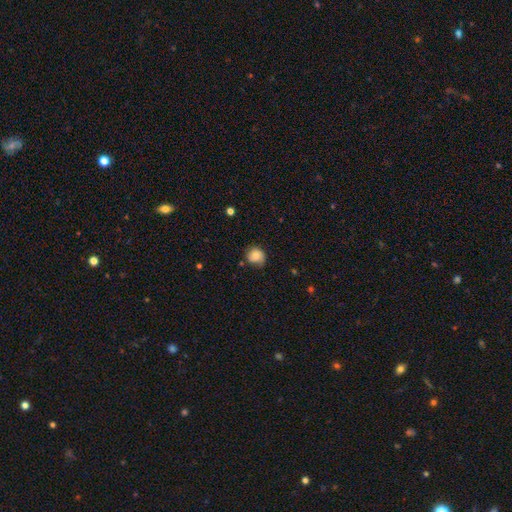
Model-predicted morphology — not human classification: This appears to be a smooth galaxy with no disk features (72%) that is round (78%). Merging: none (66%).